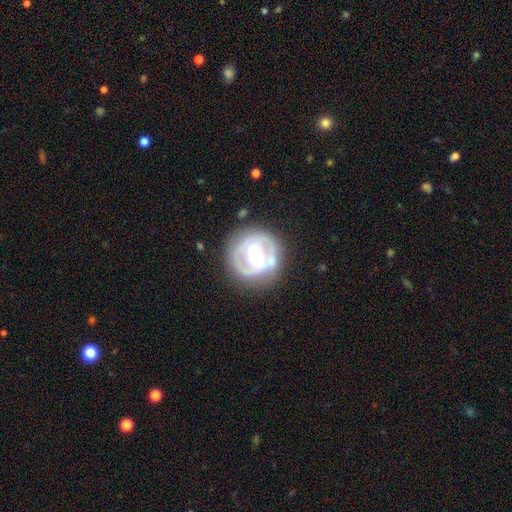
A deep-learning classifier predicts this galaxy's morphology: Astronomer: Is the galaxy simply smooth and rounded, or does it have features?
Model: featured or disk — 75%.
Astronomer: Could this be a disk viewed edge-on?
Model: no — 95%.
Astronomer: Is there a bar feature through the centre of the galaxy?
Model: strong — 56%.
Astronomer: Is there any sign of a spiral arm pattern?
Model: no — 52% (runner-up: yes, 48%).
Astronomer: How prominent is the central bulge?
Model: moderate — 62%.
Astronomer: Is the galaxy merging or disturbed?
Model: none — 76%.